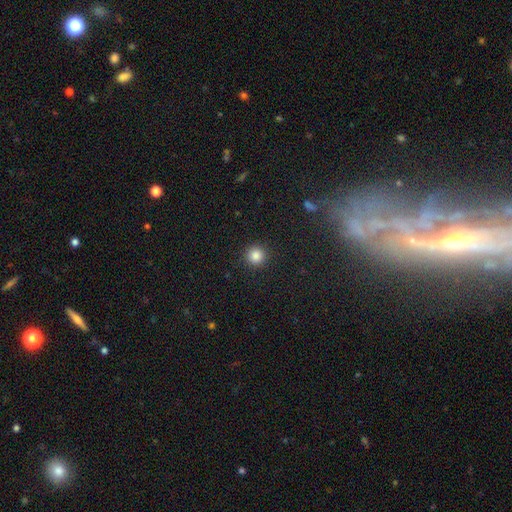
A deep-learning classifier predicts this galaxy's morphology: Q: Smooth or featured?
A: smooth (85%); runner-up: star or artifact (11%)
Q: How rounded?
A: round (94%); runner-up: in between (5%)
Q: Merging?
A: none (92%); runner-up: minor disturbance (5%)